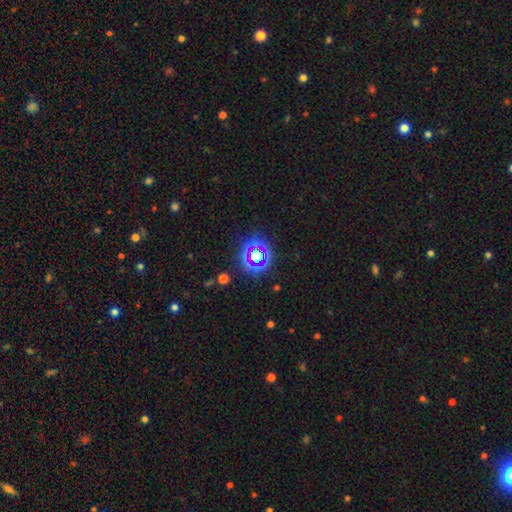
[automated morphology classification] star or artifact 63%, smooth 24%, featured or disk 13%.